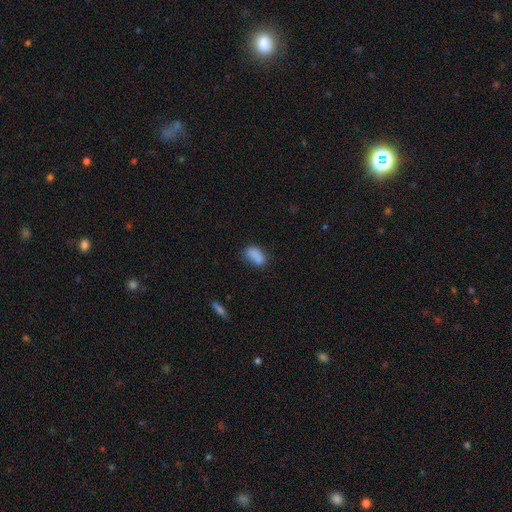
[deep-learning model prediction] A smooth galaxy with no disk features (84%) that is in between round and cigar-shaped (88%). Merging: none (60%).